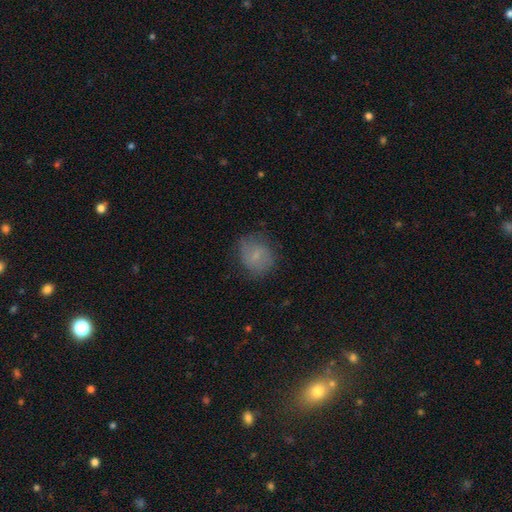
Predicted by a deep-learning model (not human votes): smooth-or-featured: smooth: 66% | featured or disk: 24% | star or artifact: 9%
  how-rounded: round: 70% | in between: 29% | cigar-shaped: 1%
  merging: none: 69% | minor disturbance: 21% | major disturbance: 9% | merger: 1%